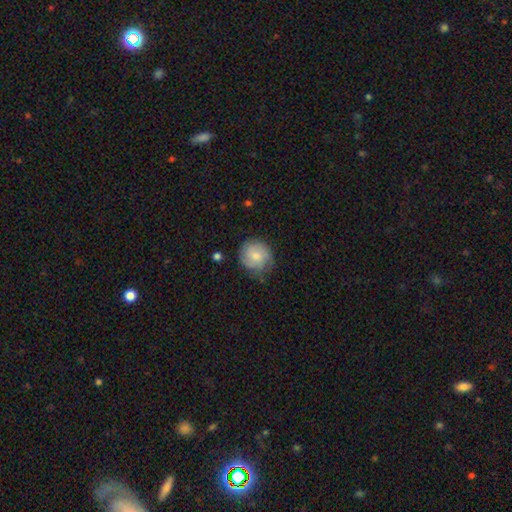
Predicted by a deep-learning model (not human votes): A smooth galaxy with no disk features (54%) that is round (85%).

Vote fractions:
- Smooth or featured? smooth: 54% / featured or disk: 39% / star or artifact: 7%
- How rounded? round: 85% / in between: 14% / cigar-shaped: 1%
- Merging? none: 71% / minor disturbance: 22% / major disturbance: 6% / merger: 2%